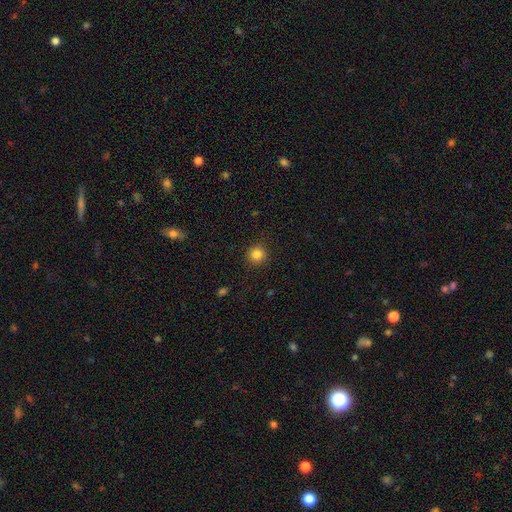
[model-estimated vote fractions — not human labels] This is clearly a smooth galaxy (84%). How rounded: clearly round (93%). Merging: clearly none (91%).